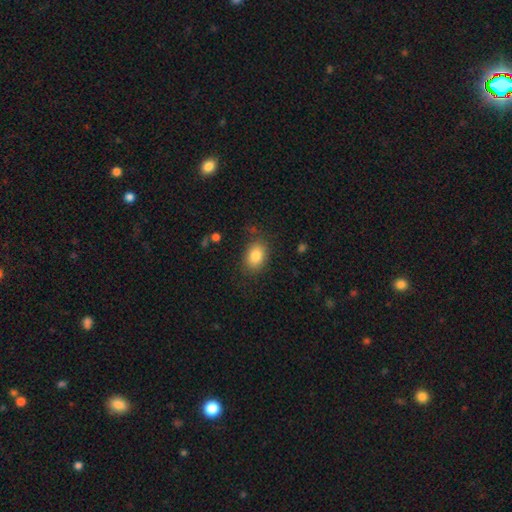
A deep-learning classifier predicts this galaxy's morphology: Q: Smooth or featured?
A: smooth (84%); runner-up: star or artifact (8%)
Q: How rounded?
A: in between (79%); runner-up: round (20%)
Q: Merging?
A: none (81%); runner-up: minor disturbance (13%)